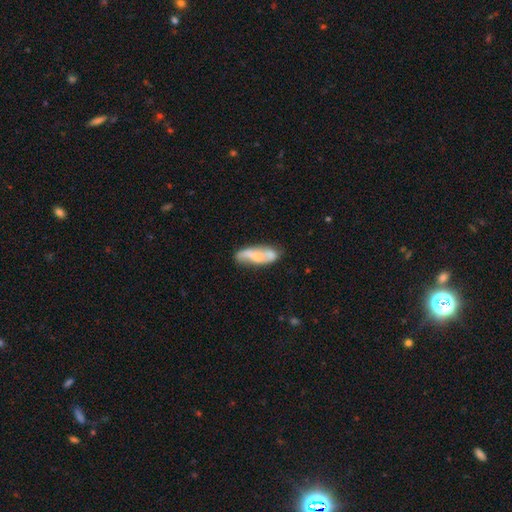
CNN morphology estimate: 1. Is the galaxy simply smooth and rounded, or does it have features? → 47% featured or disk, 46% smooth, 7% star or artifact.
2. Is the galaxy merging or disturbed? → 53% none, 26% minor disturbance, 11% major disturbance, 10% merger.